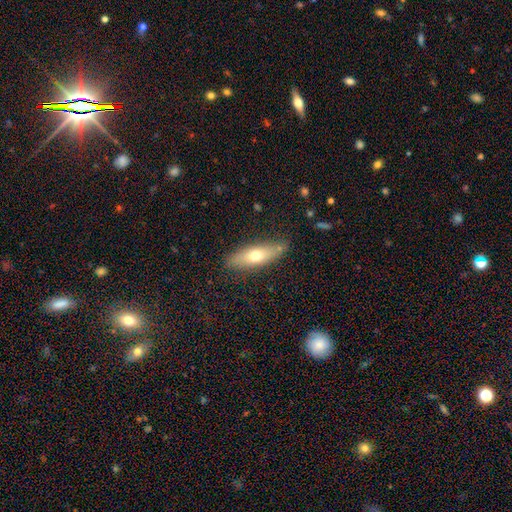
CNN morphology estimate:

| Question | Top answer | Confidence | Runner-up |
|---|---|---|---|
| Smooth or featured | smooth | 61% | featured or disk (33%) |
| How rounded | cigar-shaped | 50% | in between (47%) |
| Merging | none | 81% | minor disturbance (14%) |